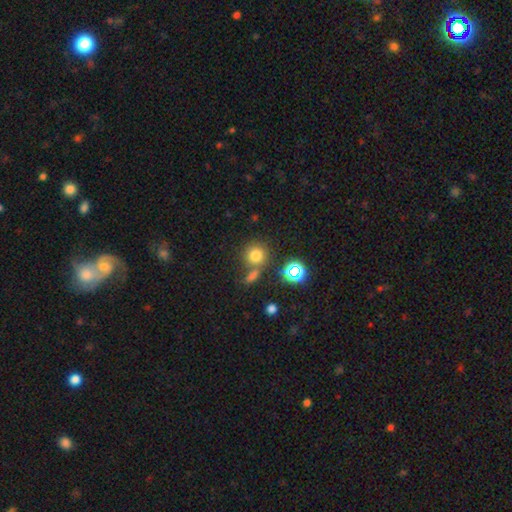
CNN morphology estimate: Smooth or featured: smooth — 73% (star or artifact — 18%)
How rounded: round — 88% (in between — 11%)
Merging: none — 65% (merger — 21%)